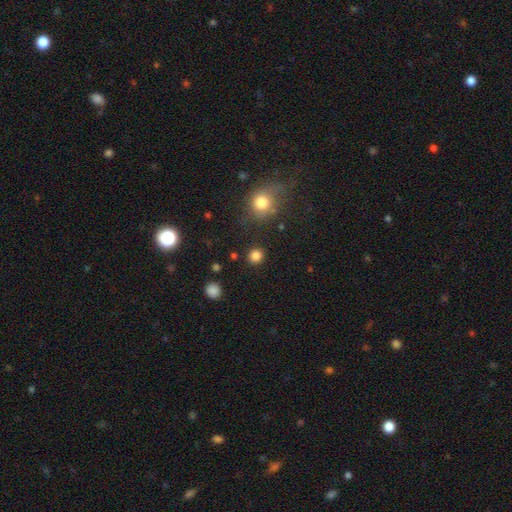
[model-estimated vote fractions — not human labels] A smooth galaxy with no disk features (84%) that is round (88%). Merging: none (89%).